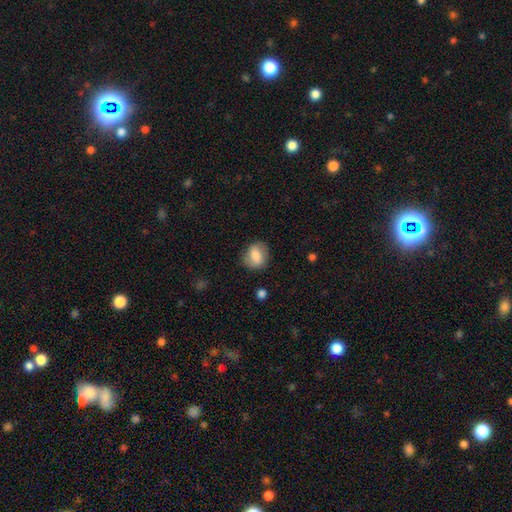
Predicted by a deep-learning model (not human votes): This is likely a smooth galaxy (76%). How rounded: possibly round (56%). Merging: likely none (79%).